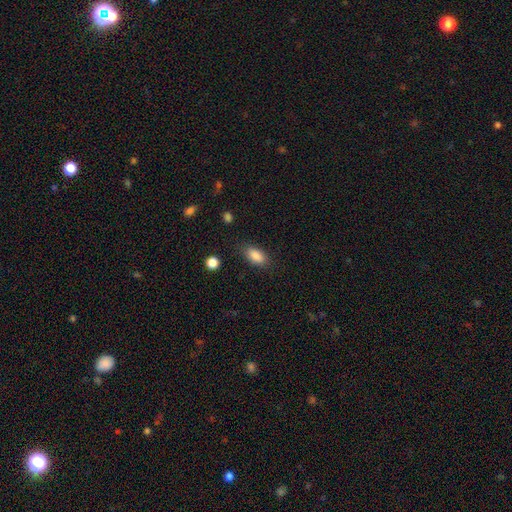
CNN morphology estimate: type=smooth (87%); roundness=in between (89%); merging=none (81%).